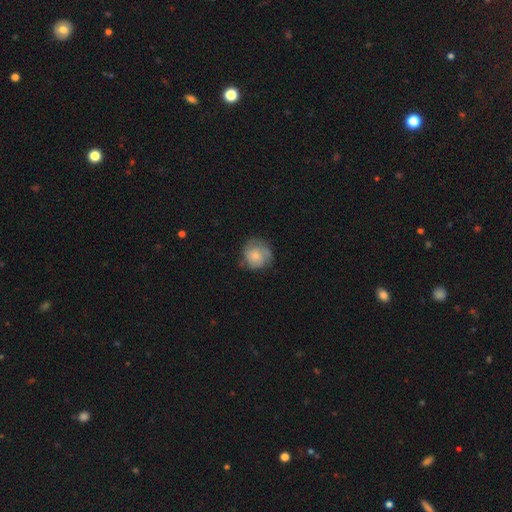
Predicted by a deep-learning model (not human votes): smooth-or-featured: smooth: 56% | featured or disk: 36% | star or artifact: 8%
  how-rounded: round: 85% | in between: 14% | cigar-shaped: 1%
  merging: none: 64% | minor disturbance: 24% | major disturbance: 10% | merger: 2%